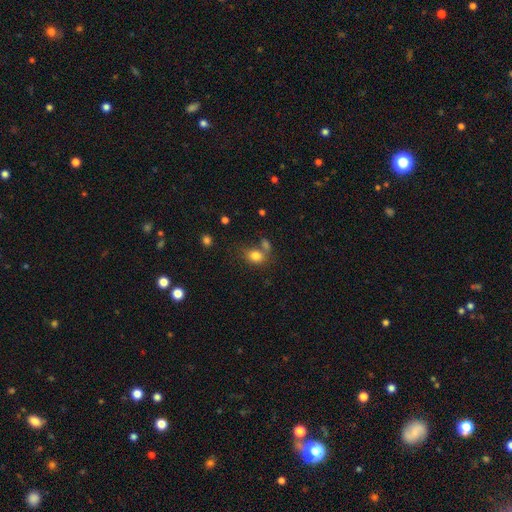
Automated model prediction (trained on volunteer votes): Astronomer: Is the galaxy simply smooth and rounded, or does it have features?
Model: smooth — 81%.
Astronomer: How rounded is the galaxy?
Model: in between — 56% (runner-up: round, 43%).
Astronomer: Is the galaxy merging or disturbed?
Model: none — 53%.